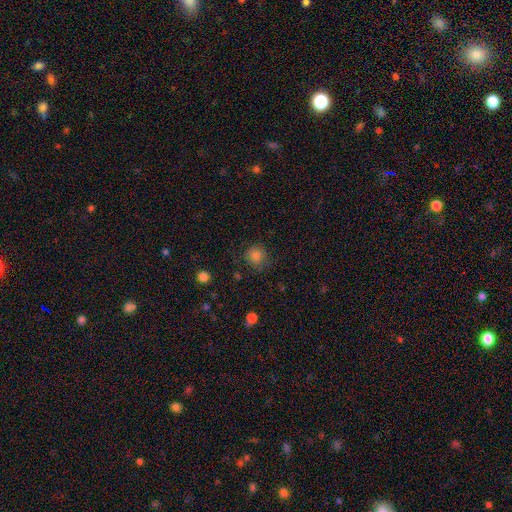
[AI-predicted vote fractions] This is clearly a smooth galaxy (80%). How rounded: clearly round (89%). Merging: likely none (79%).